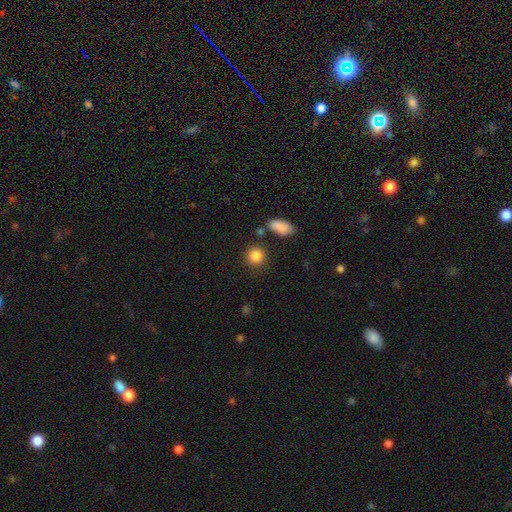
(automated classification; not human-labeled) smooth_or_featured: smooth (p=0.86) [alt: star or artifact p=0.09]
how_rounded: round (p=0.87) [alt: in between p=0.11]
merging: none (p=0.81) [alt: minor disturbance p=0.10]